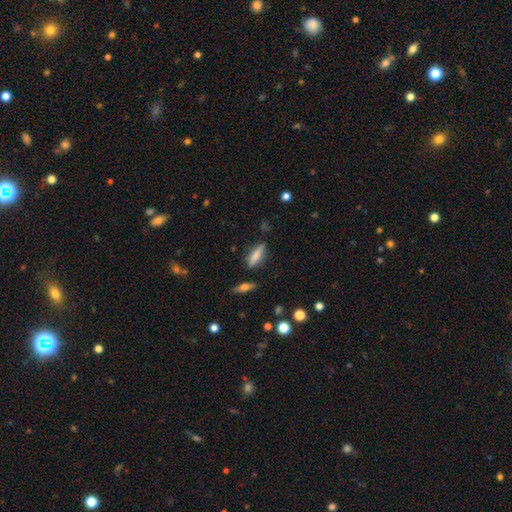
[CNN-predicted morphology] Smooth or featured? Predicted: smooth (p=0.66). How rounded? Predicted: cigar-shaped (p=0.58). Merging? Predicted: none (p=0.80).